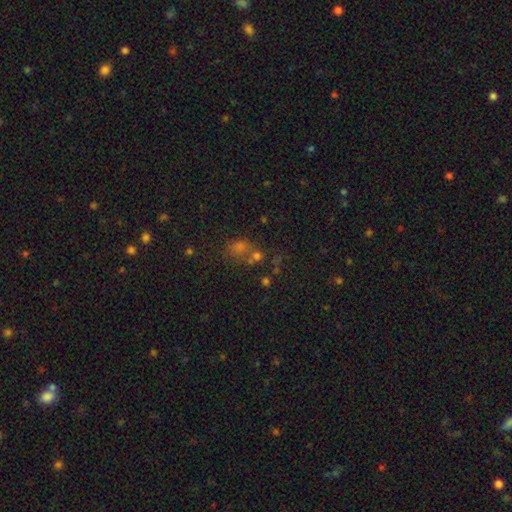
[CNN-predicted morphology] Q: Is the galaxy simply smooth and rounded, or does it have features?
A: smooth — 51%.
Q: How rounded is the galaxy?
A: round — 59%.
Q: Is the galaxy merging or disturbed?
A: none — 46%.